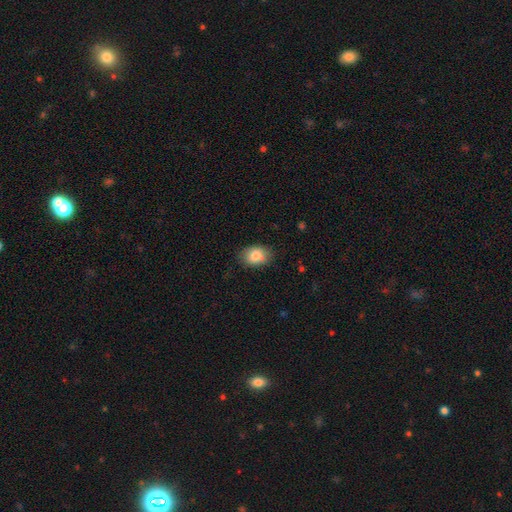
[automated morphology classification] A smooth galaxy with no disk features (84%) that is in between round and cigar-shaped (76%). Merging: none (81%).